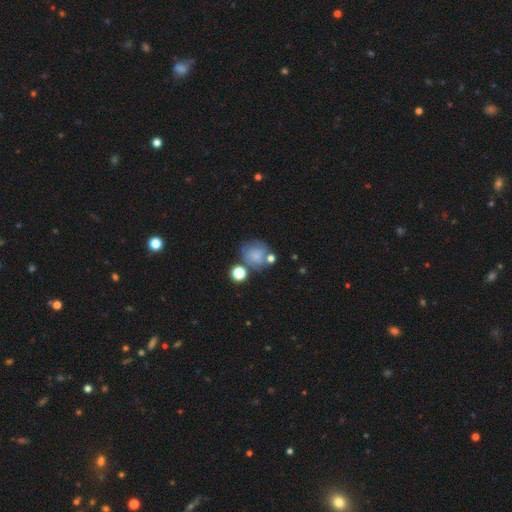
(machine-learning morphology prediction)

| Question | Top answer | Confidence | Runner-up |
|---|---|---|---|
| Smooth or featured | smooth | 62% | featured or disk (25%) |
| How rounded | round | 80% | in between (19%) |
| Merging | none | 50% | minor disturbance (19%) |